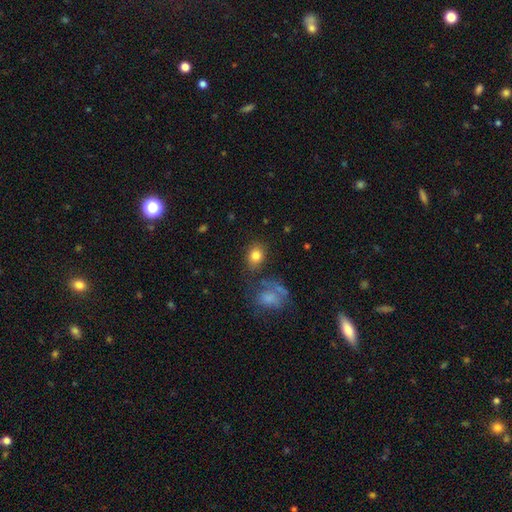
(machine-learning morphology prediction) This is clearly a smooth galaxy (82%). How rounded: possibly round (53%). Merging: likely none (74%).